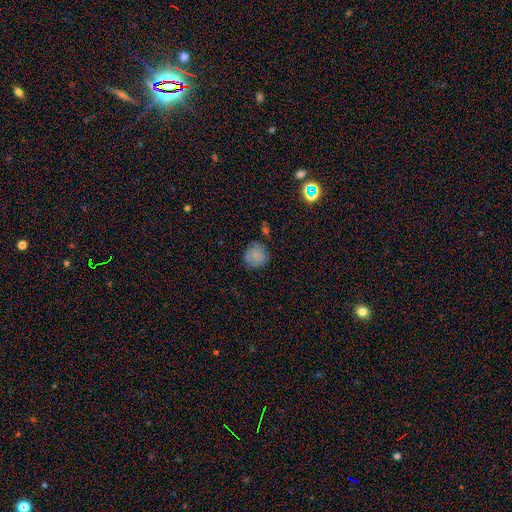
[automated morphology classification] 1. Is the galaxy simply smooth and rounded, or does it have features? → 79% smooth, 11% featured or disk, 10% star or artifact.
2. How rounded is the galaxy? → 89% round, 10% in between, 1% cigar-shaped.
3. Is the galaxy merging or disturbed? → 75% none, 17% minor disturbance, 4% major disturbance, 4% merger.